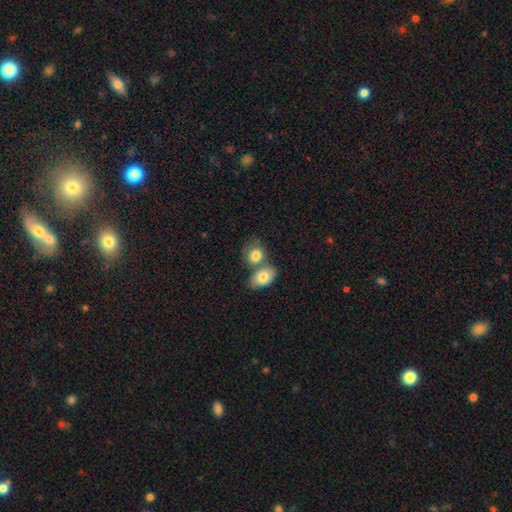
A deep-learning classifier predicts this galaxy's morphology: smooth-or-featured: smooth: 80% | featured or disk: 13% | star or artifact: 7%
  how-rounded: in between: 55% | round: 44% | cigar-shaped: 1%
  merging: merger: 54% | none: 32% | minor disturbance: 10% | major disturbance: 4%